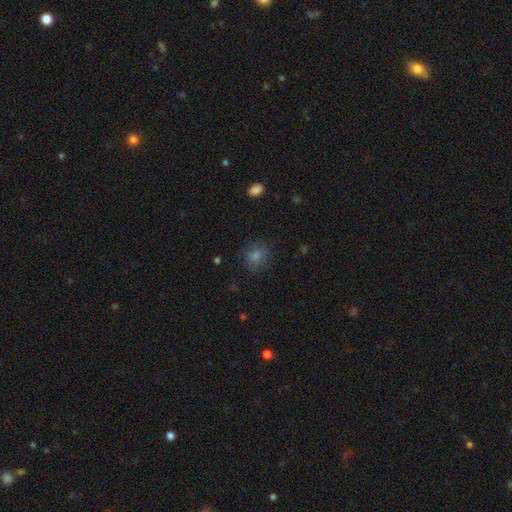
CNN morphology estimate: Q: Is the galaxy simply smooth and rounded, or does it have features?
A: smooth — 70%.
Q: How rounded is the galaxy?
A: round — 85%.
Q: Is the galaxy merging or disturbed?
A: none — 86%.